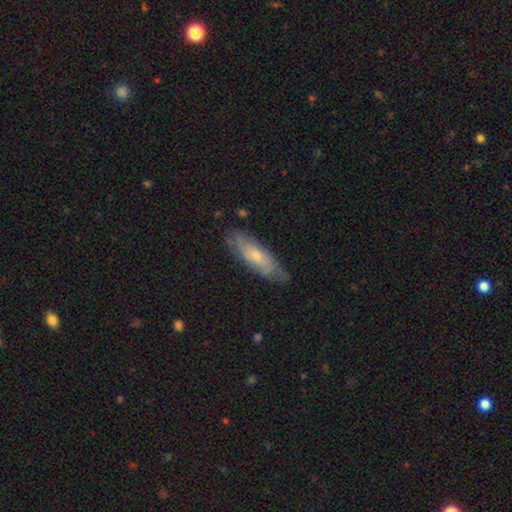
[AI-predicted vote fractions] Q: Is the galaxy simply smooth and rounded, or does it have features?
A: featured or disk — 50%.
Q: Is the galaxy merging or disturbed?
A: none — 74%.